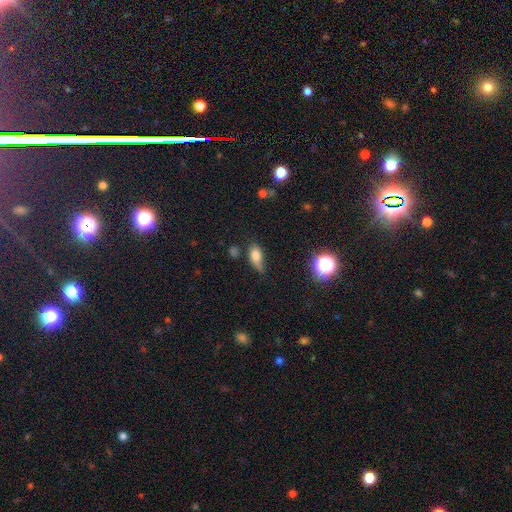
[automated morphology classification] Smooth or featured?
  - smooth: 73% *
  - featured or disk: 15%
  - star or artifact: 12%
How rounded?
  - in between: 79% *
  - cigar-shaped: 12%
  - round: 9%
Merging?
  - none: 41% *
  - minor disturbance: 38%
  - major disturbance: 15%
  - merger: 6%